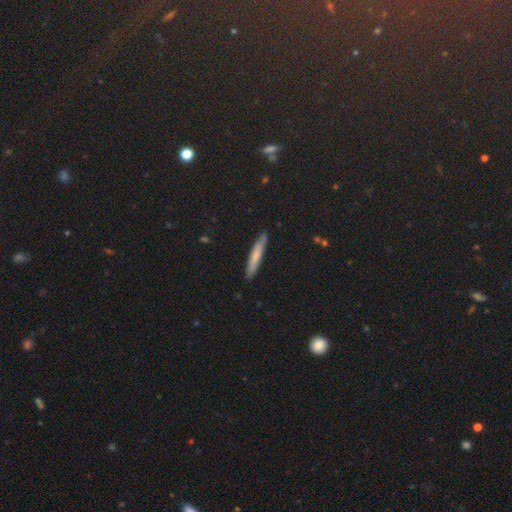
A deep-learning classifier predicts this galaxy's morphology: This is likely a smooth galaxy (70%). How rounded: clearly cigar-shaped (94%). Merging: clearly none (88%).